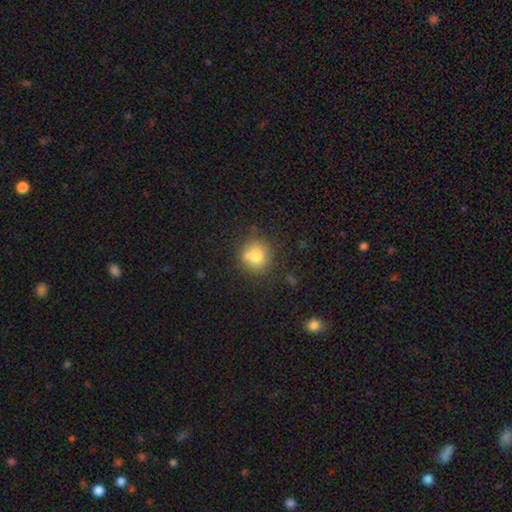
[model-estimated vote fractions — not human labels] The model was most divided on "merging": none: 63%, merger: 17%, minor disturbance: 15%, major disturbance: 4%. More confident: how rounded — round (85%); smooth or featured — smooth (74%).